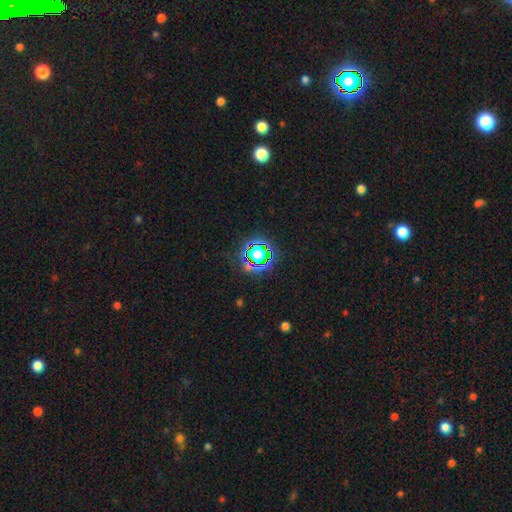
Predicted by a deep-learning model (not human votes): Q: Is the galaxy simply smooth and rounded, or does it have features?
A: star or artifact — 72%.